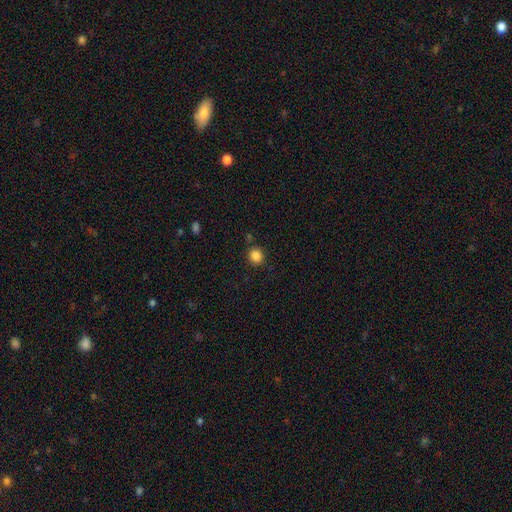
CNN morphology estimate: A smooth galaxy with no disk features (85%) that is round (88%).

Vote fractions:
- Smooth or featured? smooth: 85% / star or artifact: 11% / featured or disk: 3%
- How rounded? round: 88% / in between: 11% / cigar-shaped: 1%
- Merging? none: 84% / minor disturbance: 9% / merger: 4% / major disturbance: 3%